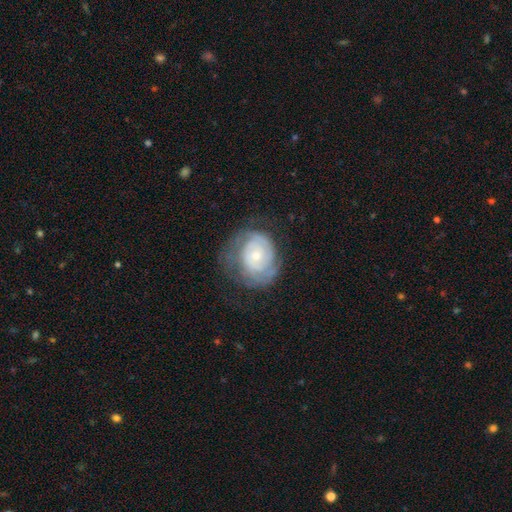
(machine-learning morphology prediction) smooth_or_featured: featured or disk (p=0.71) [alt: smooth p=0.23]
disk_edge_on: no (p=0.97) [alt: yes p=0.03]
bar: no (p=0.79) [alt: weak p=0.18]
has_spiral_arms: yes (p=0.84) [alt: no p=0.16]
spiral_winding: tight (p=0.70) [alt: medium p=0.23]
spiral_arm_count: can't tell (p=0.46) [alt: 2 p=0.29]
bulge_size: small (p=0.66) [alt: moderate p=0.28]
merging: none (p=0.61) [alt: minor disturbance p=0.22]